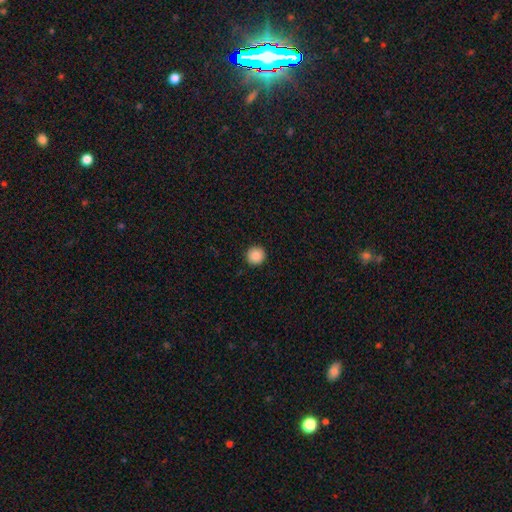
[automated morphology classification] Smooth or featured? smooth (88%)
How rounded? round (96%)
Merging? none (93%)